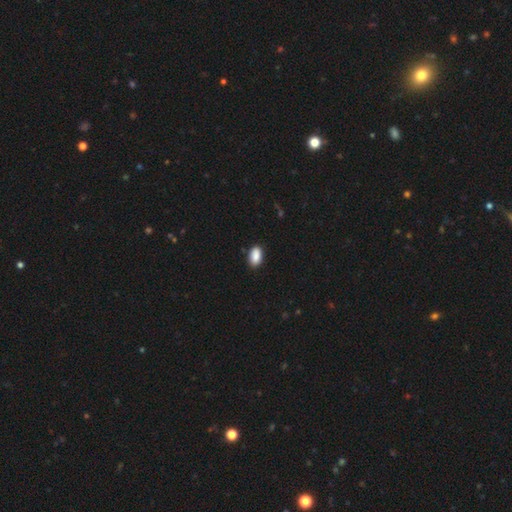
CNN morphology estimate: A smooth galaxy with no disk features (90%) that is in between round and cigar-shaped (93%).

Vote fractions:
- Smooth or featured? smooth: 90% / star or artifact: 7% / featured or disk: 3%
- How rounded? in between: 93% / round: 4% / cigar-shaped: 2%
- Merging? none: 87% / minor disturbance: 10% / major disturbance: 2% / merger: 1%